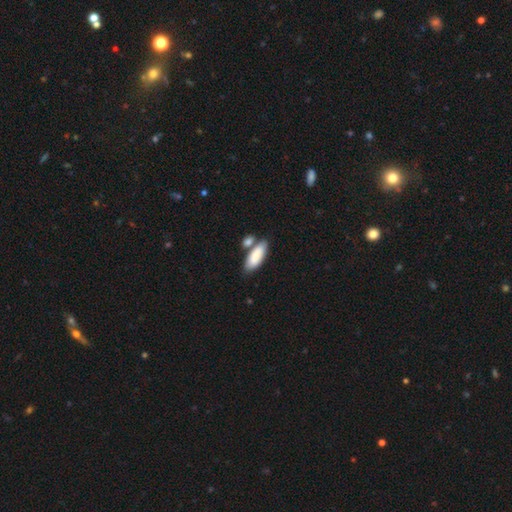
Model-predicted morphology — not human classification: Q: Smooth or featured?
A: smooth (86%); runner-up: featured or disk (9%)
Q: How rounded?
A: in between (79%); runner-up: cigar-shaped (19%)
Q: Merging?
A: none (52%); runner-up: merger (31%)